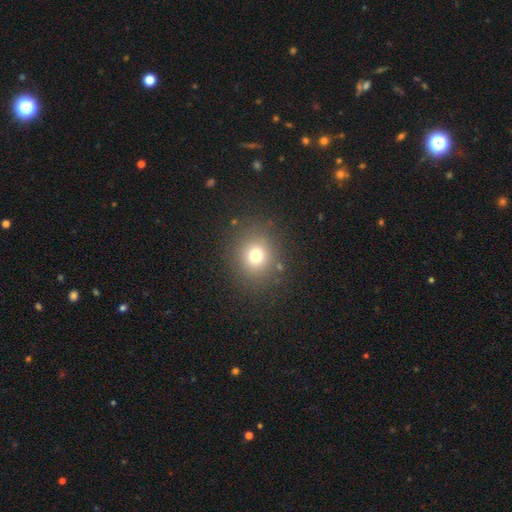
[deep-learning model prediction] Smooth or featured?
  - smooth: 73% *
  - star or artifact: 17%
  - featured or disk: 10%
How rounded?
  - round: 84% *
  - in between: 16%
  - cigar-shaped: 1%
Merging?
  - none: 85% *
  - minor disturbance: 8%
  - major disturbance: 5%
  - merger: 2%